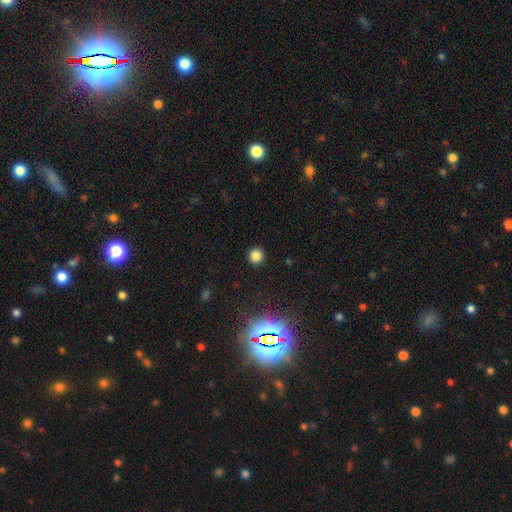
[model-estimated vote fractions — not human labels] smooth-or-featured: smooth: 82% | star or artifact: 14% | featured or disk: 4%
  how-rounded: round: 93% | in between: 6% | cigar-shaped: 1%
  merging: none: 92% | minor disturbance: 5% | major disturbance: 2% | merger: 1%